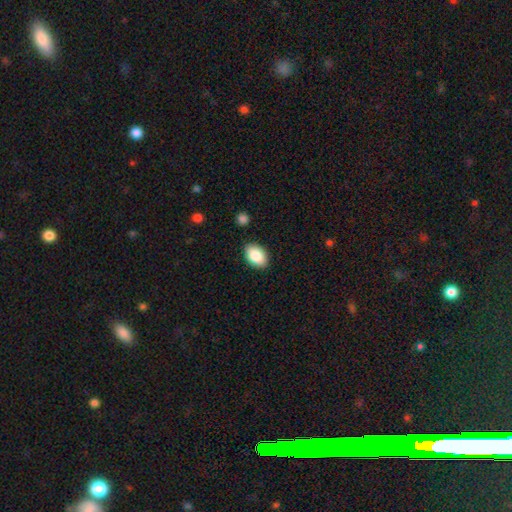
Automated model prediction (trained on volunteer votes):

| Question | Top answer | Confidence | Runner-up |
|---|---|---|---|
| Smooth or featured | smooth | 87% | star or artifact (7%) |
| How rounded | in between | 89% | round (10%) |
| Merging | none | 86% | minor disturbance (10%) |